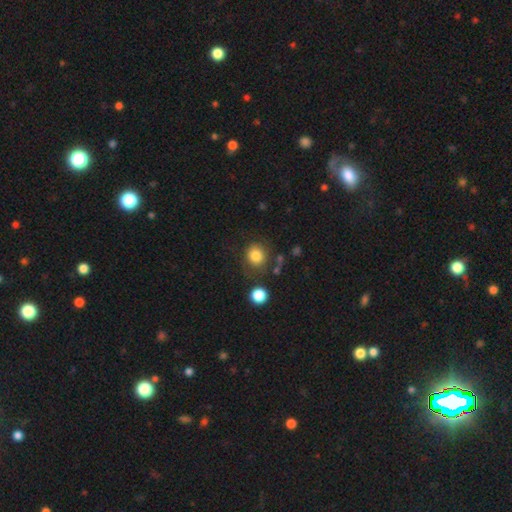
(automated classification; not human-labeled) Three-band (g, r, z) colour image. It shows a smooth galaxy with no disk features (82%) that is round (84%). Merging: none (75%).